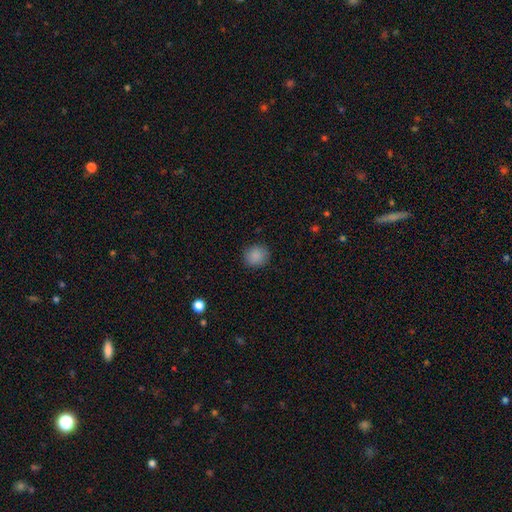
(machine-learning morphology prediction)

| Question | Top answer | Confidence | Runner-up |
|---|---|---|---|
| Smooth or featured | smooth | 88% | star or artifact (9%) |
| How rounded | round | 84% | in between (15%) |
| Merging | none | 88% | minor disturbance (8%) |